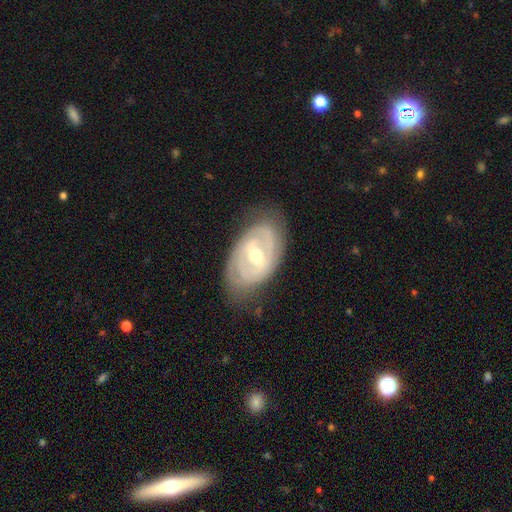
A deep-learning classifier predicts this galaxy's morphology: A featured or disk galaxy (81%) with a weak bar (45%), 2 (57%) tight (63%) spiral arms (76%) and a moderate central bulge (69%).

Vote fractions:
- Smooth or featured? featured or disk: 81% / smooth: 15% / star or artifact: 5%
- Edge-on disk? no: 95% / yes: 5%
- Bar? weak: 45% / strong: 38% / no: 17%
- Spiral arms? yes: 76% / no: 24%
- Spiral winding? tight: 63% / medium: 27% / loose: 10%
- Spiral arm count? 2: 57% / can't tell: 28% / 3: 6% / 1: 4% / 4: 2% / more than 4: 2%
- Bulge size? moderate: 69% / small: 26% / large: 4% / none: 1% / dominant: 1%
- Merging? none: 73% / minor disturbance: 19% / major disturbance: 6% / merger: 1%